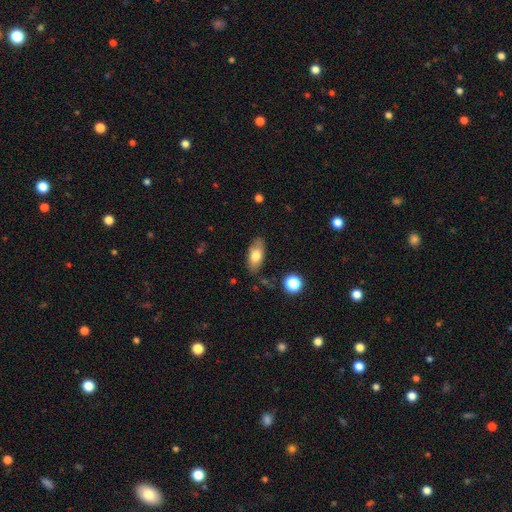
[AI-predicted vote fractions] Smooth or featured: smooth — 74% (featured or disk — 19%)
How rounded: in between — 87% (cigar-shaped — 9%)
Merging: none — 82% (minor disturbance — 13%)